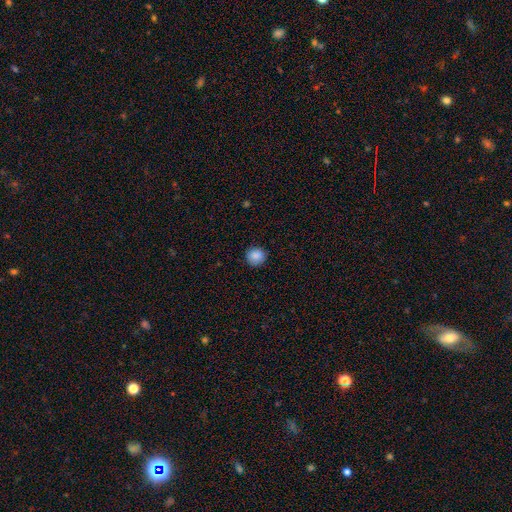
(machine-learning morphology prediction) Smooth or featured? Predicted: smooth (p=0.88). How rounded? Predicted: round (p=0.91). Merging? Predicted: none (p=0.89).